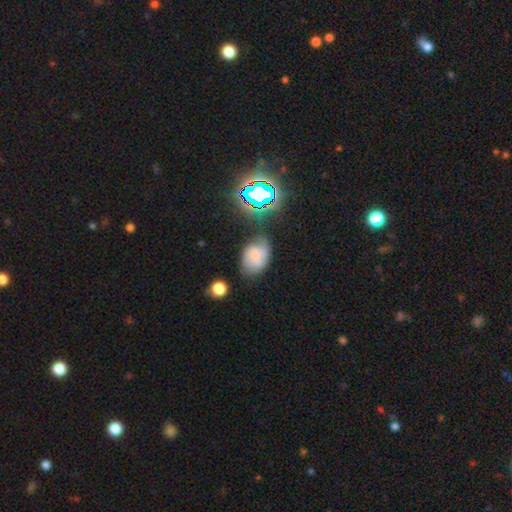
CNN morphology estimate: smooth_or_featured: smooth (p=0.46) [alt: featured or disk p=0.38]
merging: none (p=0.54) [alt: minor disturbance p=0.28]